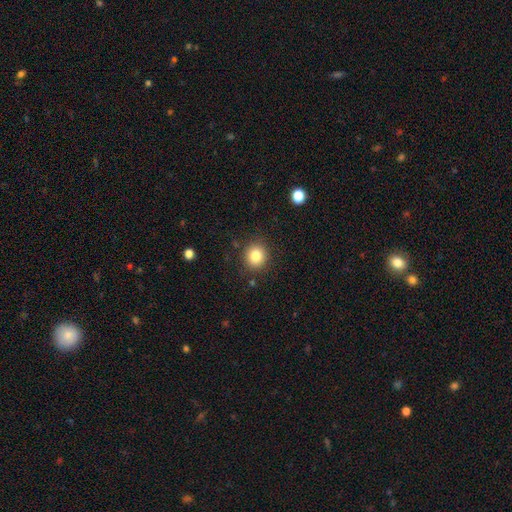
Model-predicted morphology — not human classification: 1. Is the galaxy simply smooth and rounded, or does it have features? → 83% smooth, 11% star or artifact, 6% featured or disk.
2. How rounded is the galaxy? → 86% round, 14% in between, 1% cigar-shaped.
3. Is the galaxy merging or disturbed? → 88% none, 8% minor disturbance, 3% major disturbance, 2% merger.